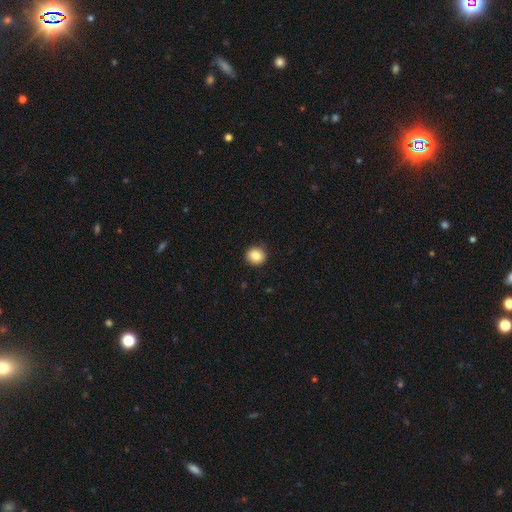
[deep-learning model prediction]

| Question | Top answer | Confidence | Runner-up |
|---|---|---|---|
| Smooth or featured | smooth | 85% | star or artifact (9%) |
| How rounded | round | 89% | in between (10%) |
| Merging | none | 88% | minor disturbance (9%) |